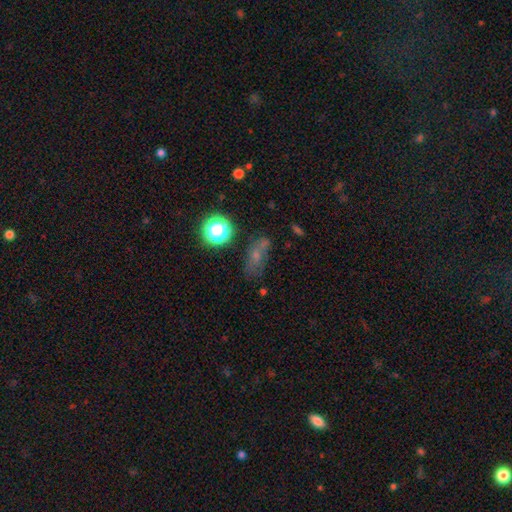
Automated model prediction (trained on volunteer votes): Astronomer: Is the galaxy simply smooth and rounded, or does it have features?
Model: smooth — 48% (runner-up: star or artifact, 32%).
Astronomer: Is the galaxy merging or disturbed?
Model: none — 58%.